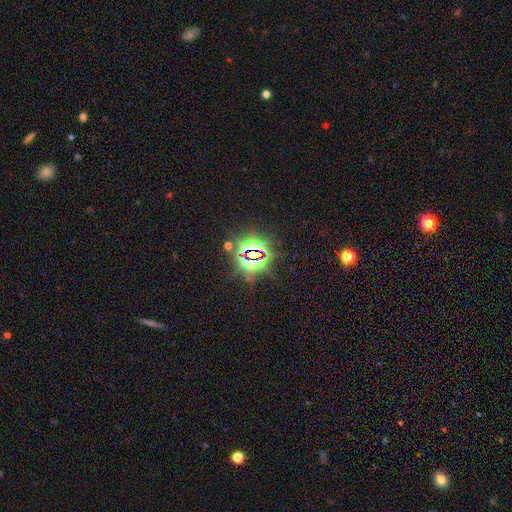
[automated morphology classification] The model was most divided on "smooth or featured": star or artifact: 85%, smooth: 8%, featured or disk: 7%.